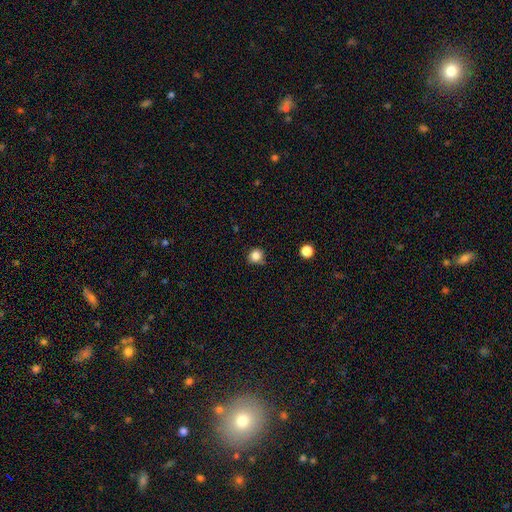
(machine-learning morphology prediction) smooth_or_featured: smooth (p=0.84) [alt: star or artifact p=0.12]
how_rounded: round (p=0.86) [alt: in between p=0.13]
merging: none (p=0.77) [alt: minor disturbance p=0.16]